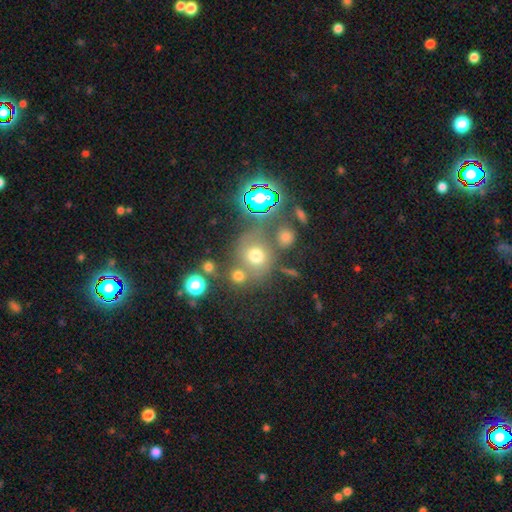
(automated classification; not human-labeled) This is likely a smooth galaxy (63%). How rounded: likely round (77%). Merging: possibly none (53%).